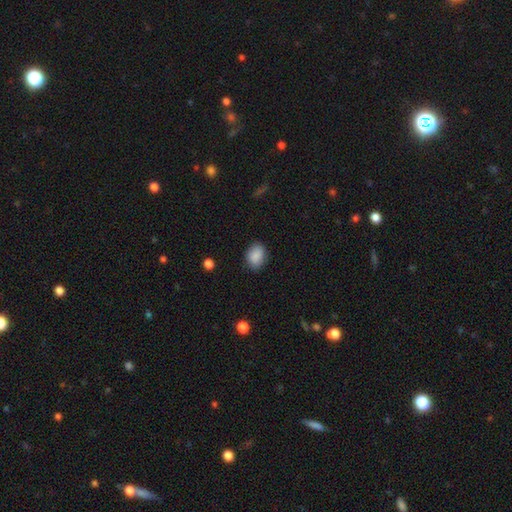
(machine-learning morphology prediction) Overall: smooth (88%). How rounded: in between (68%; round 31%). Merging: none (83%).